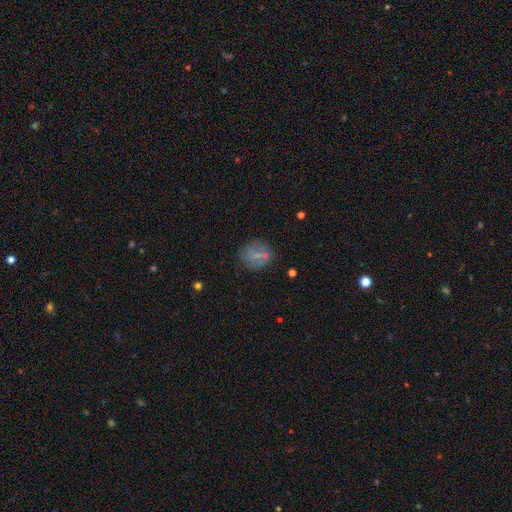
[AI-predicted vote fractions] A smooth galaxy with no disk features (58%) that is round (73%). Merging: none (66%).